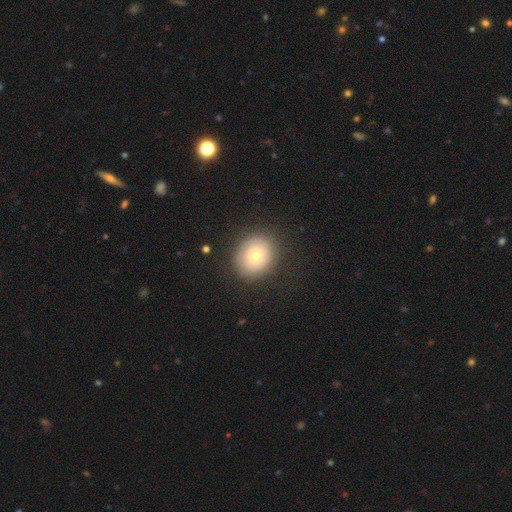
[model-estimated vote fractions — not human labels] Smooth or featured? Predicted: smooth (p=0.64). How rounded? Predicted: round (p=0.68). Merging? Predicted: none (p=0.81).